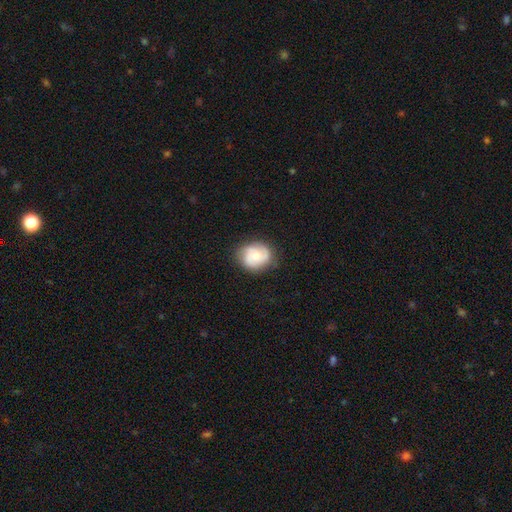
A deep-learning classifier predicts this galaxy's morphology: Smooth or featured? Predicted: featured or disk (p=0.54). Edge-on disk? Predicted: no (p=0.98). Bar? Predicted: no (p=0.72). Spiral arms? Predicted: yes (p=0.89). Bulge size? Predicted: moderate (p=0.55). Merging? Predicted: none (p=0.79).